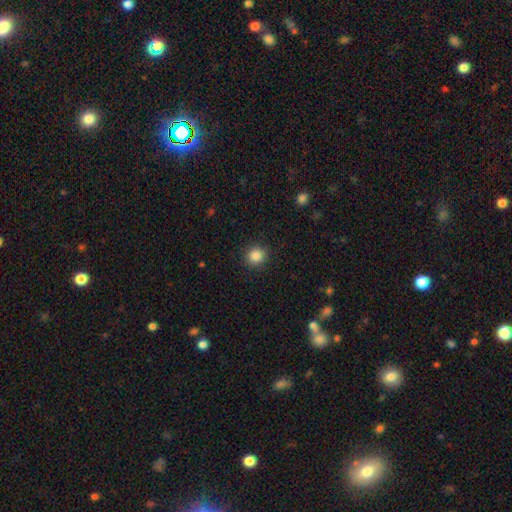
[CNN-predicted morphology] This appears to be a smooth galaxy with no disk features (85%) that is round (87%). Merging: none (90%).